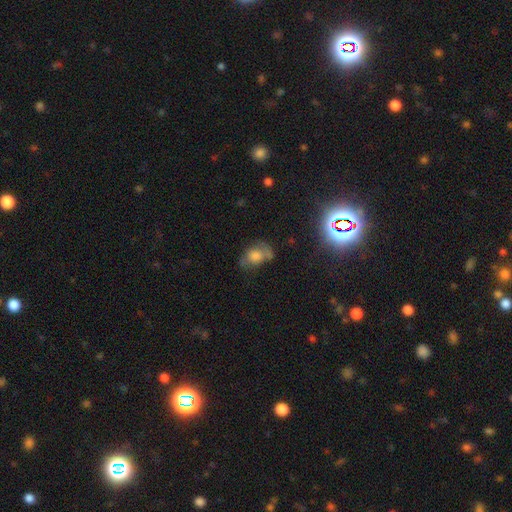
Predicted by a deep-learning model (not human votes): Overall: smooth (55%; featured or disk 28%). How rounded: in between (65%; round 33%). Merging: none (43%; minor disturbance 27%).